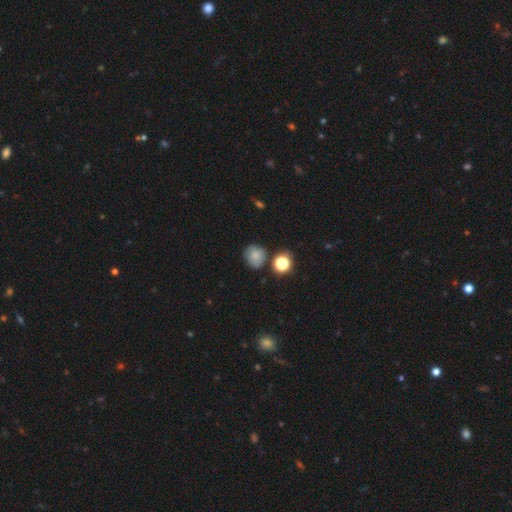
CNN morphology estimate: This appears to be a smooth galaxy with no disk features (78%) that is round (81%). Merging: none (69%).